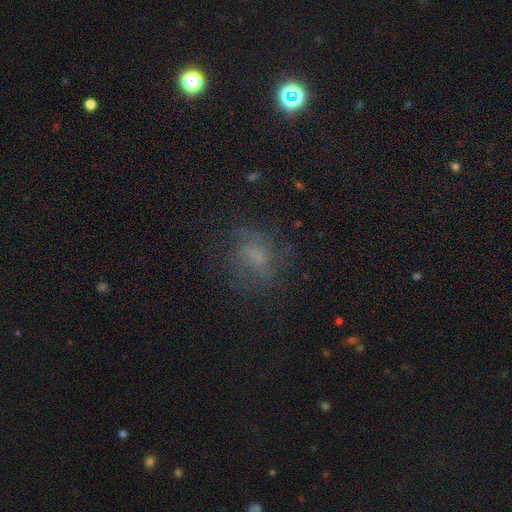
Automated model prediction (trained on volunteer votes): A smooth galaxy with no disk features (41%). Merging: none (63%).